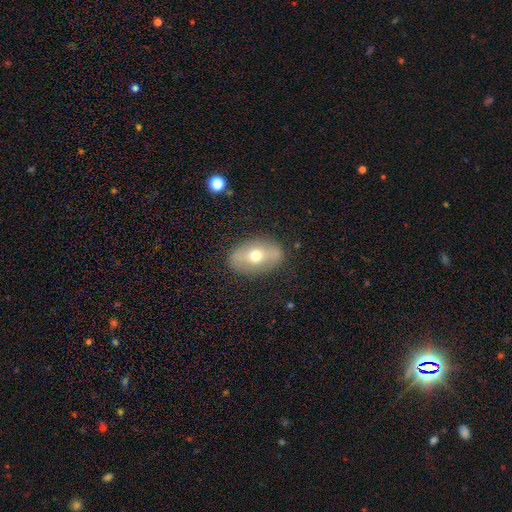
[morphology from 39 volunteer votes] smooth 46% (tied), featured or disk 46% (tied), star or artifact 8%. Down the decision tree: how rounded — in between (94%); merging — none (89%).